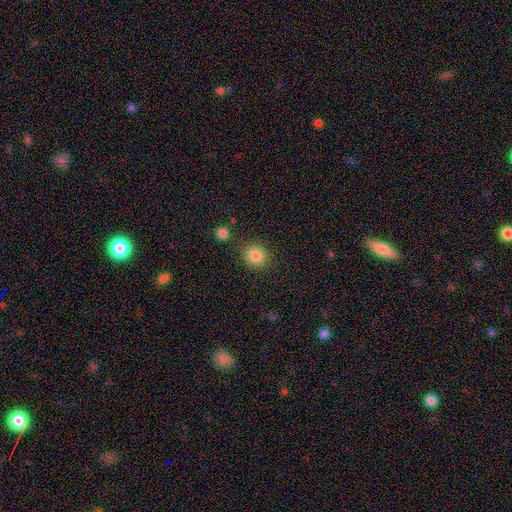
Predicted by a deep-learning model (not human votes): Smooth or featured: smooth — 85% (star or artifact — 10%)
How rounded: round — 84% (in between — 15%)
Merging: none — 83% (minor disturbance — 10%)